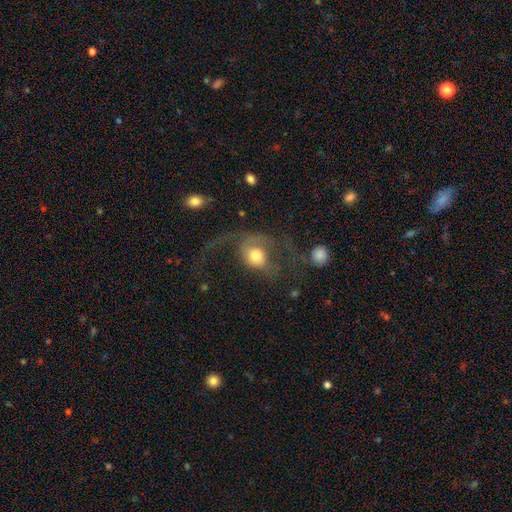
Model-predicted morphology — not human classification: smooth 53%, featured or disk 39%, star or artifact 9%. Down the decision tree: how rounded — round (63%); merging — major disturbance (60%).